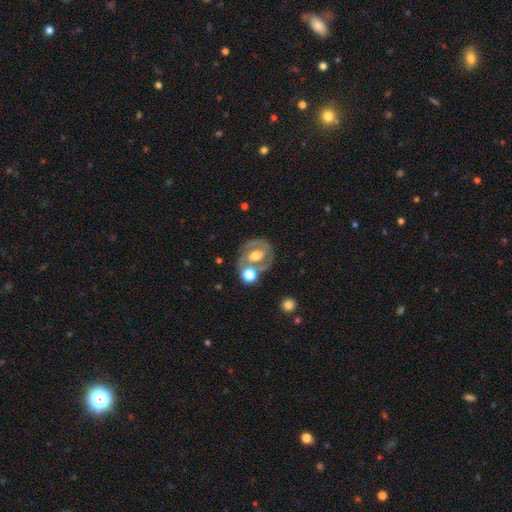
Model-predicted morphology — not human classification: smooth_or_featured: featured or disk (p=0.67) [alt: smooth p=0.25]
disk_edge_on: no (p=0.95) [alt: yes p=0.05]
bar: no (p=0.44) [alt: weak p=0.34]
has_spiral_arms: yes (p=0.54) [alt: no p=0.46]
bulge_size: moderate (p=0.60) [alt: large p=0.24]
merging: none (p=0.57) [alt: merger p=0.20]